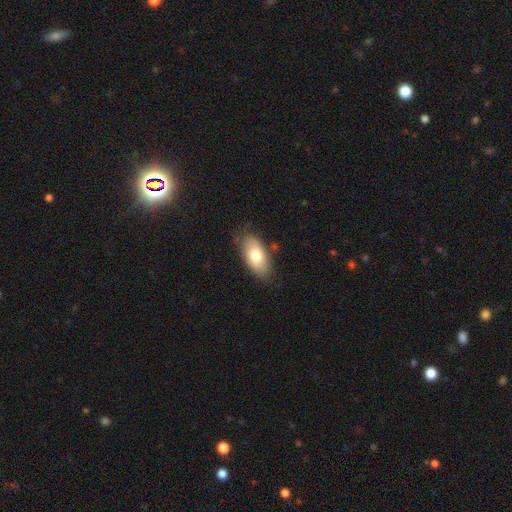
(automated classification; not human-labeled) smooth_or_featured: smooth (p=0.75) [alt: featured or disk p=0.18]
how_rounded: in between (p=0.91) [alt: cigar-shaped p=0.06]
merging: none (p=0.80) [alt: minor disturbance p=0.15]